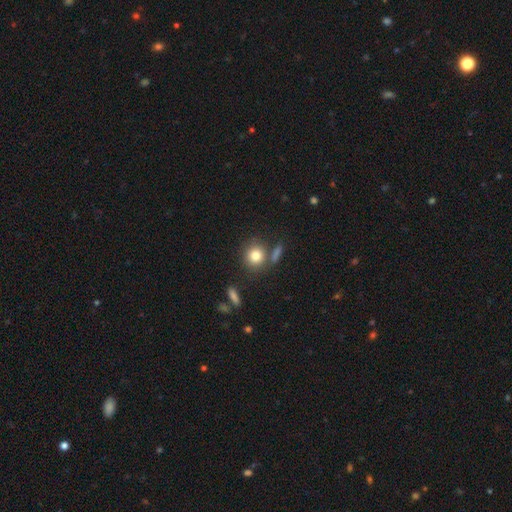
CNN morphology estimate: Smooth or featured? Predicted: smooth (p=0.81). How rounded? Predicted: round (p=0.84). Merging? Predicted: none (p=0.71).